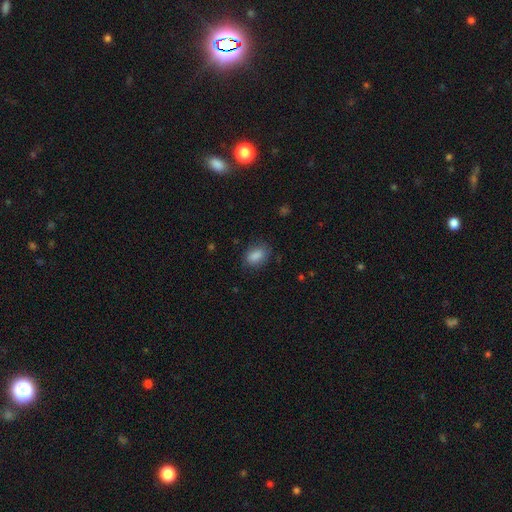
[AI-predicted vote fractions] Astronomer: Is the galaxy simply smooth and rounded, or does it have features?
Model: smooth — 87%.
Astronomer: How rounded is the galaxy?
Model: in between — 81%.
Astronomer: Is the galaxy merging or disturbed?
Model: none — 77%.